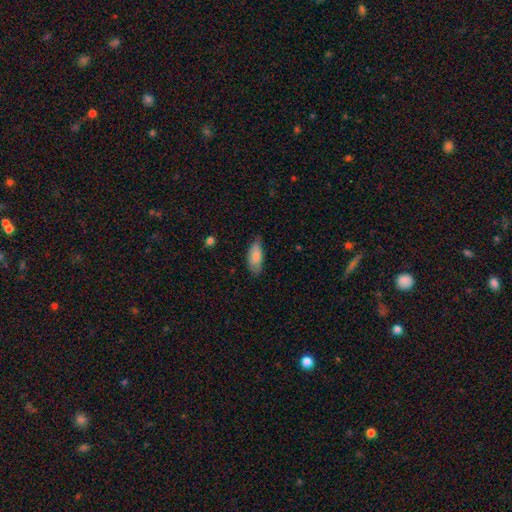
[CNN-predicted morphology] This appears to be a smooth galaxy with no disk features (82%) that is in between round and cigar-shaped (84%). Merging: none (65%).